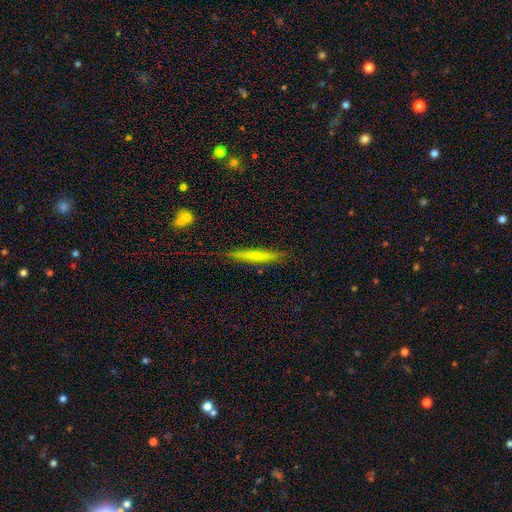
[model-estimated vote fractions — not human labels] This is likely a smooth galaxy (62%). How rounded: clearly cigar-shaped (95%). Merging: clearly none (84%).